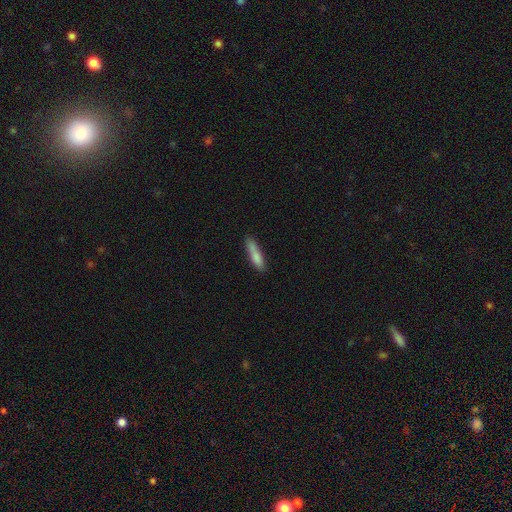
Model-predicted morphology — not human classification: smooth-or-featured: smooth: 83% | featured or disk: 10% | star or artifact: 7%
  how-rounded: cigar-shaped: 77% | in between: 22% | round: 2%
  merging: none: 76% | minor disturbance: 18% | major disturbance: 3% | merger: 3%